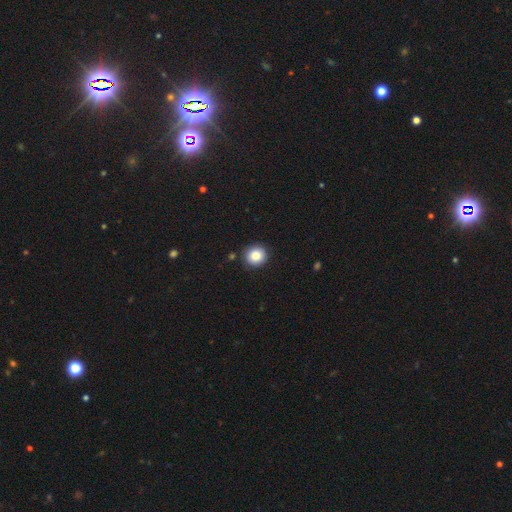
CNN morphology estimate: Smooth or featured?
  - smooth: 86% *
  - star or artifact: 9%
  - featured or disk: 5%
How rounded?
  - round: 90% *
  - in between: 9%
  - cigar-shaped: 1%
Merging?
  - none: 88% *
  - minor disturbance: 8%
  - major disturbance: 2%
  - merger: 2%